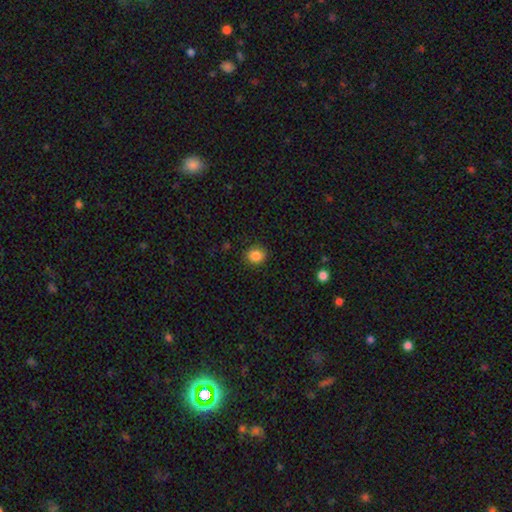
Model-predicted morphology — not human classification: The model was most divided on "how rounded": round: 79%, in between: 20%, cigar-shaped: 1%. More confident: merging — none (88%); smooth or featured — smooth (86%).